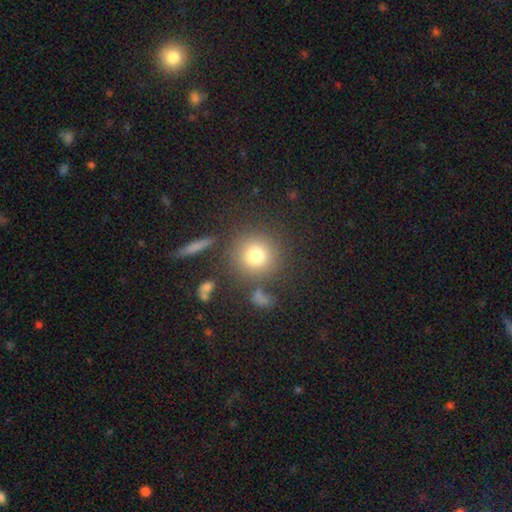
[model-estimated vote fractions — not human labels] Smooth or featured?
  - smooth: 77% *
  - star or artifact: 13%
  - featured or disk: 11%
How rounded?
  - round: 92% *
  - in between: 7%
  - cigar-shaped: 1%
Merging?
  - none: 79% *
  - minor disturbance: 10%
  - merger: 5%
  - major disturbance: 5%